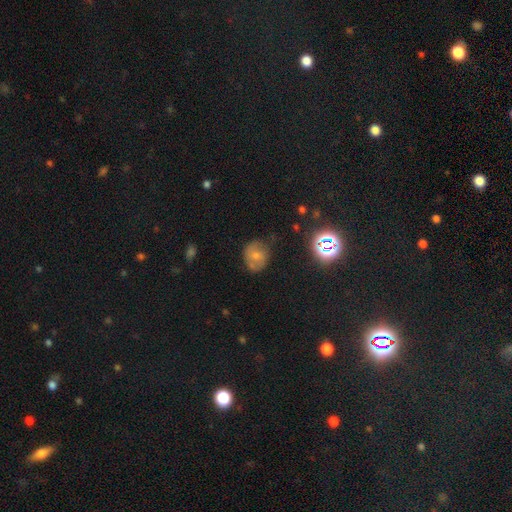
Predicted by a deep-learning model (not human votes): Smooth or featured: smooth — 51% (featured or disk — 34%)
How rounded: round — 64% (in between — 35%)
Merging: none — 63% (minor disturbance — 25%)